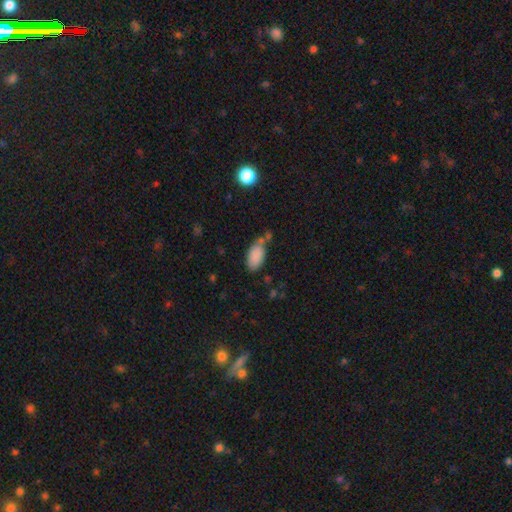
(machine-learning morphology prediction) This is clearly a smooth galaxy (87%). How rounded: clearly in between (94%). Merging: likely none (60%).